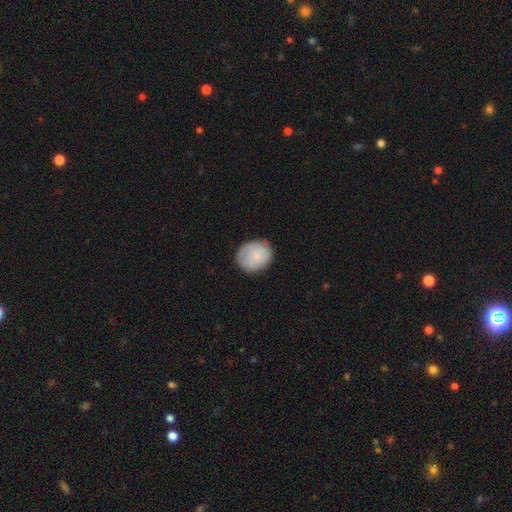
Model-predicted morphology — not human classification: A smooth galaxy with no disk features (80%) that is round (69%).

Vote fractions:
- Smooth or featured? smooth: 80% / featured or disk: 13% / star or artifact: 7%
- How rounded? round: 69% / in between: 30% / cigar-shaped: 1%
- Merging? none: 76% / minor disturbance: 18% / major disturbance: 4% / merger: 1%